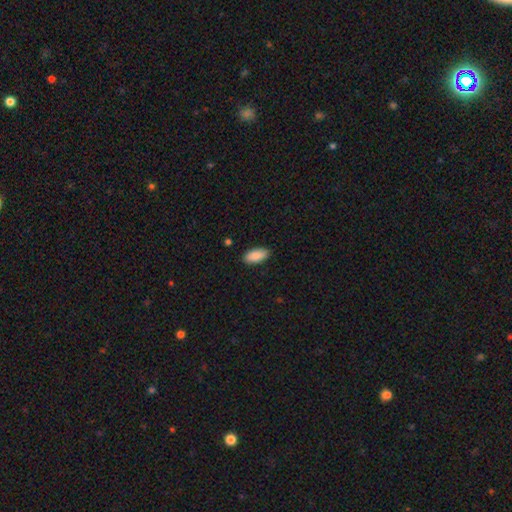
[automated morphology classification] Overall: smooth (90%). How rounded: in between (90%). Merging: none (89%).